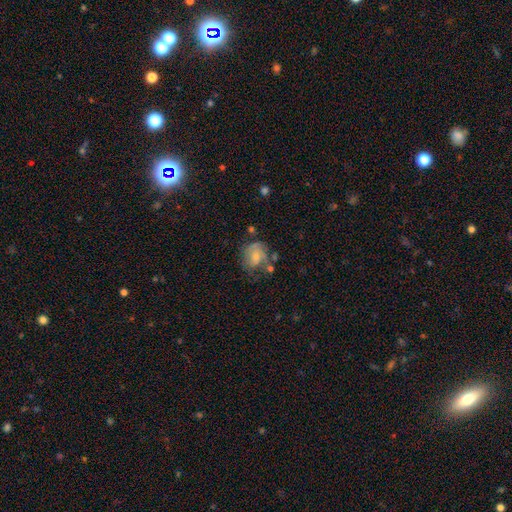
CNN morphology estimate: A smooth galaxy with no disk features (52%) that is round (60%).

Vote fractions:
- Smooth or featured? smooth: 52% / featured or disk: 40% / star or artifact: 8%
- How rounded? round: 60% / in between: 39% / cigar-shaped: 1%
- Merging? none: 42% / minor disturbance: 28% / major disturbance: 20% / merger: 10%